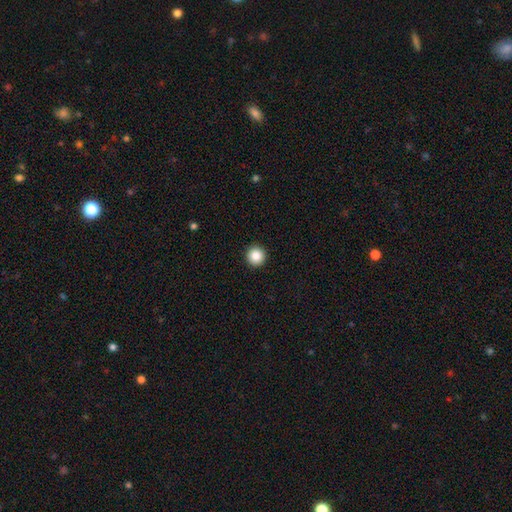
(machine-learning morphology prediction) smooth_or_featured: smooth (p=0.86) [alt: star or artifact p=0.10]
how_rounded: round (p=0.96) [alt: in between p=0.03]
merging: none (p=0.94) [alt: minor disturbance p=0.04]